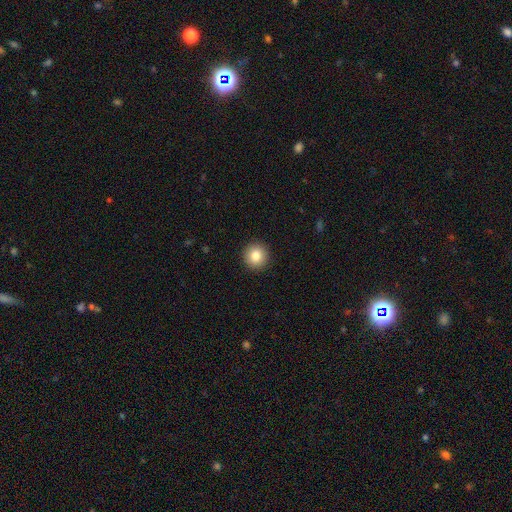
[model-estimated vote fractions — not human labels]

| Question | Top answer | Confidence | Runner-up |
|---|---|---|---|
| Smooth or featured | smooth | 83% | star or artifact (10%) |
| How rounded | round | 94% | in between (5%) |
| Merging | none | 93% | minor disturbance (5%) |